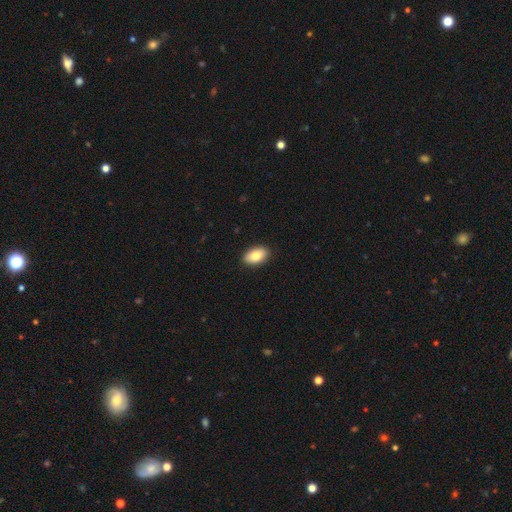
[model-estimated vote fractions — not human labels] Q: Smooth or featured?
A: smooth (84%); runner-up: featured or disk (9%)
Q: How rounded?
A: in between (93%); runner-up: round (5%)
Q: Merging?
A: none (90%); runner-up: minor disturbance (7%)